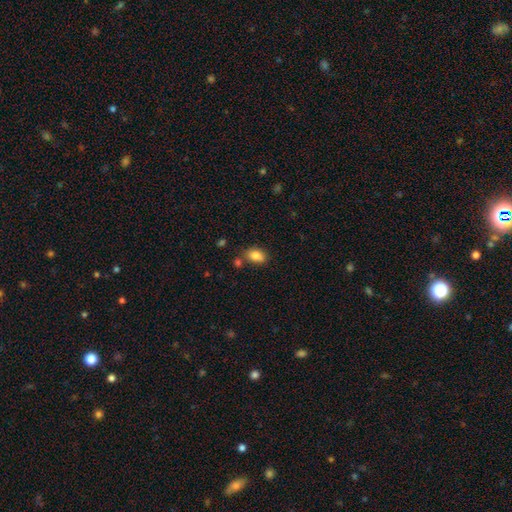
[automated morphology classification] Overall: smooth (85%). How rounded: in between (85%). Merging: none (72%).